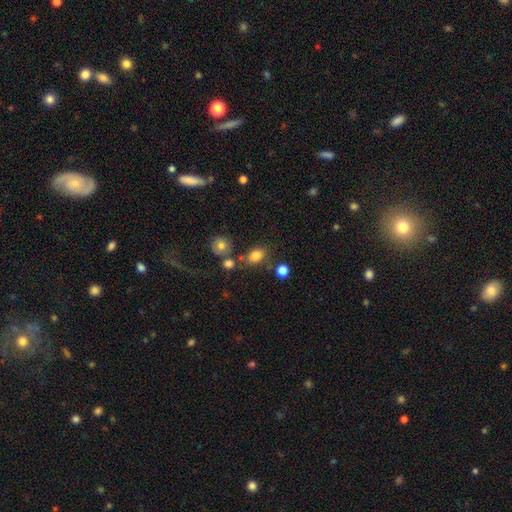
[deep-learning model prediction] smooth 81%, star or artifact 12%, featured or disk 8%. Down the decision tree: how rounded — in between (73%); merging — none (70%).